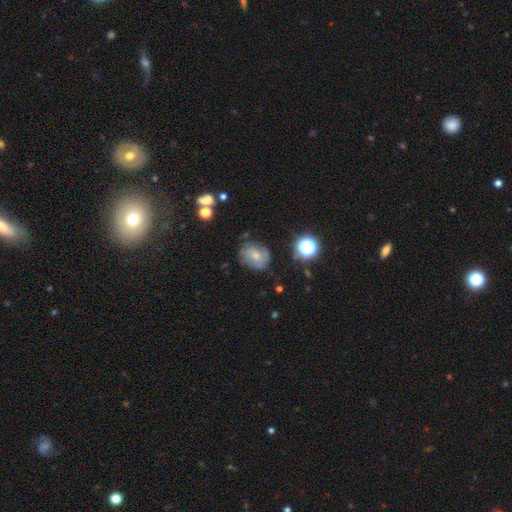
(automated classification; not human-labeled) Smooth or featured? Predicted: smooth (p=0.46). Merging? Predicted: none (p=0.66).